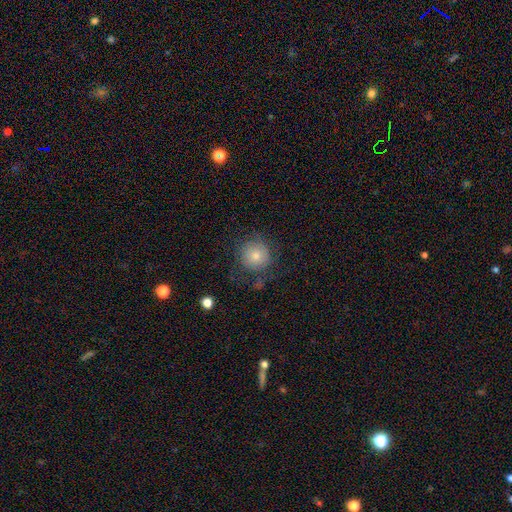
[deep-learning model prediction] Q: Smooth or featured?
A: smooth (72%); runner-up: featured or disk (19%)
Q: How rounded?
A: round (93%); runner-up: in between (6%)
Q: Merging?
A: none (63%); runner-up: minor disturbance (20%)